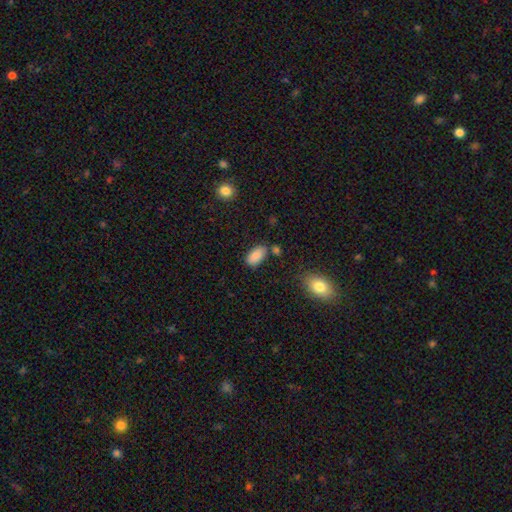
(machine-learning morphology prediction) smooth-or-featured: smooth: 87% | star or artifact: 8% | featured or disk: 5%
  how-rounded: in between: 94% | round: 3% | cigar-shaped: 3%
  merging: none: 71% | minor disturbance: 18% | merger: 7% | major disturbance: 4%